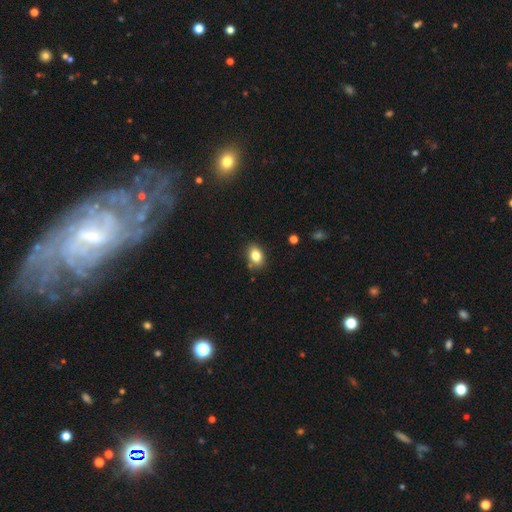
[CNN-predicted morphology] This is clearly a smooth galaxy (82%). How rounded: likely in between (78%). Merging: clearly none (80%).